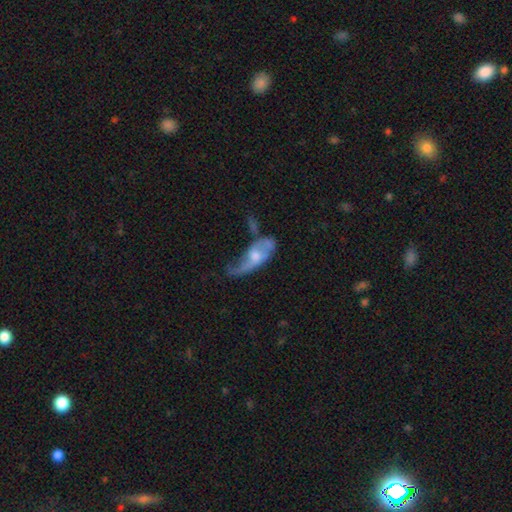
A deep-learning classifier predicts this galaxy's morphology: The model was most divided on "merging": major disturbance: 33%, none: 30%, minor disturbance: 26%, merger: 11%. More confident: edge-on disk — no (82%); spiral arms — yes (72%); bar — no (67%); smooth or featured — featured or disk (66%); bulge size — moderate (59%).